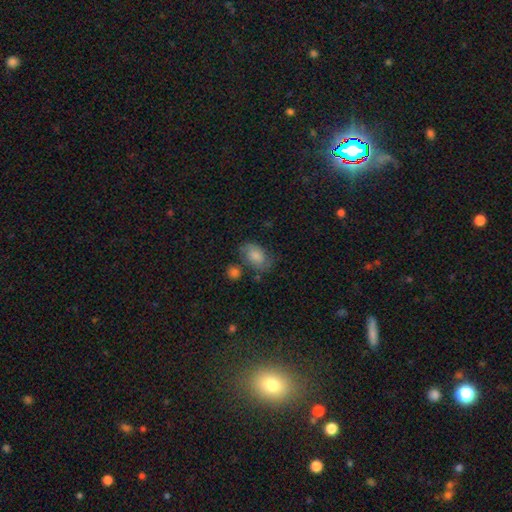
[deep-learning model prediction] Overall: smooth (73%). How rounded: in between (87%). Merging: none (57%; minor disturbance 25%).